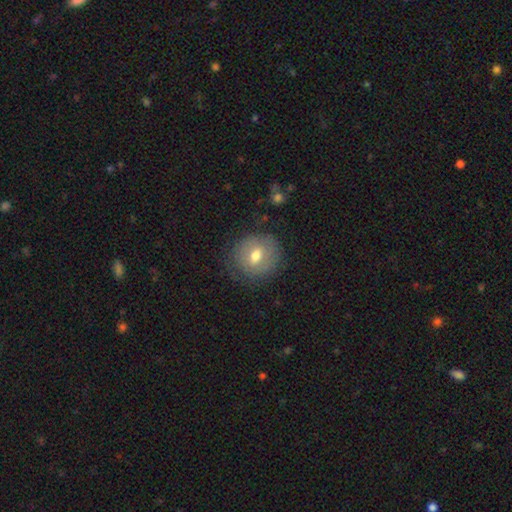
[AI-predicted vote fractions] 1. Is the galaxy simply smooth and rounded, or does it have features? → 59% smooth, 33% featured or disk, 9% star or artifact.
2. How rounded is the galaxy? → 81% round, 18% in between, 1% cigar-shaped.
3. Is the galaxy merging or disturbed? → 73% none, 18% minor disturbance, 8% major disturbance, 2% merger.